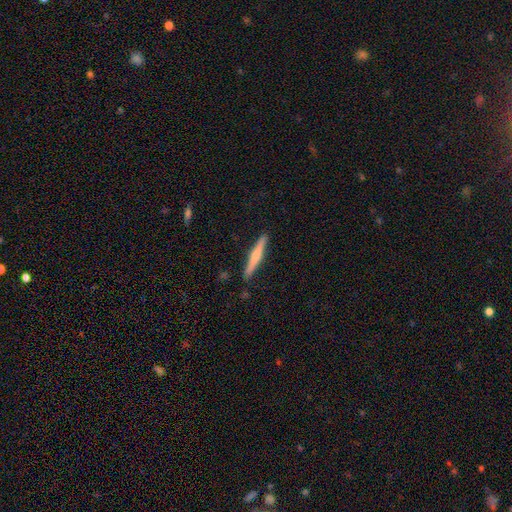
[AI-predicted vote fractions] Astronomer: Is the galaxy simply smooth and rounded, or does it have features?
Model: featured or disk — 48% (runner-up: smooth, 46%).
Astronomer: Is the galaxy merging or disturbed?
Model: none — 90%.